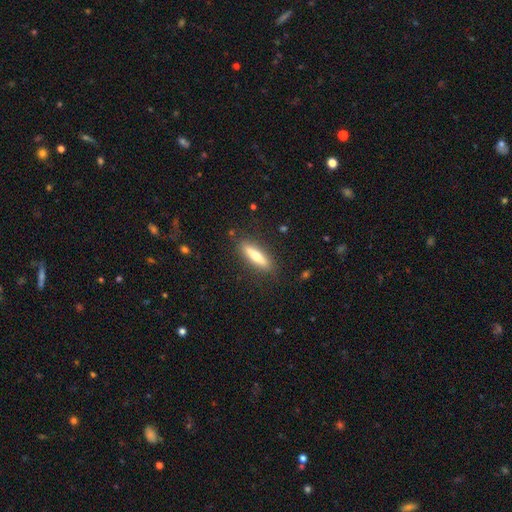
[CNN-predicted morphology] Smooth or featured: smooth — 61% (featured or disk — 33%)
How rounded: cigar-shaped — 73% (in between — 25%)
Merging: none — 87% (minor disturbance — 10%)